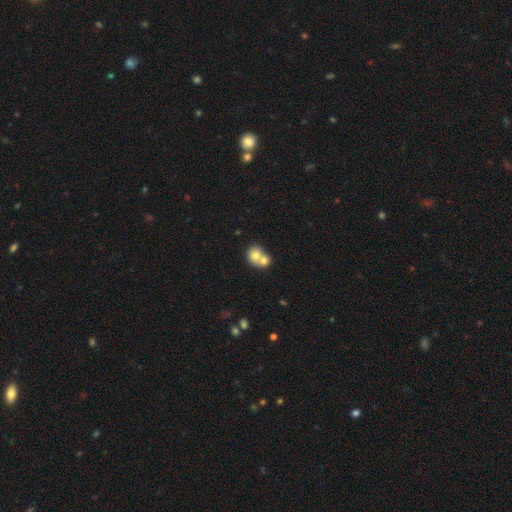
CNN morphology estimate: Q: Smooth or featured?
A: smooth (69%); runner-up: featured or disk (22%)
Q: How rounded?
A: round (71%); runner-up: in between (28%)
Q: Merging?
A: merger (66%); runner-up: none (25%)